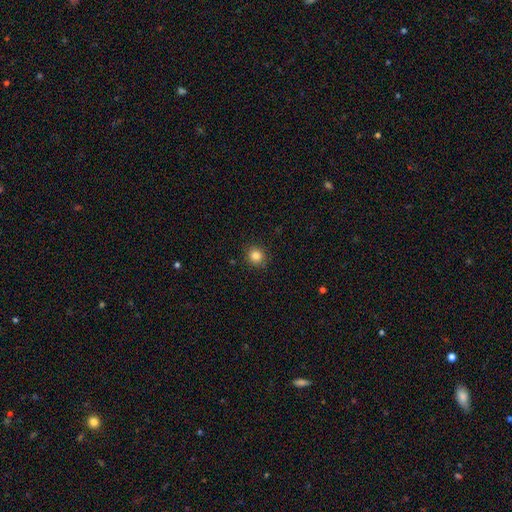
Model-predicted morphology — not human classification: The model was most divided on "smooth or featured": smooth: 84%, star or artifact: 11%, featured or disk: 5%. More confident: merging — none (90%); how rounded — round (87%).